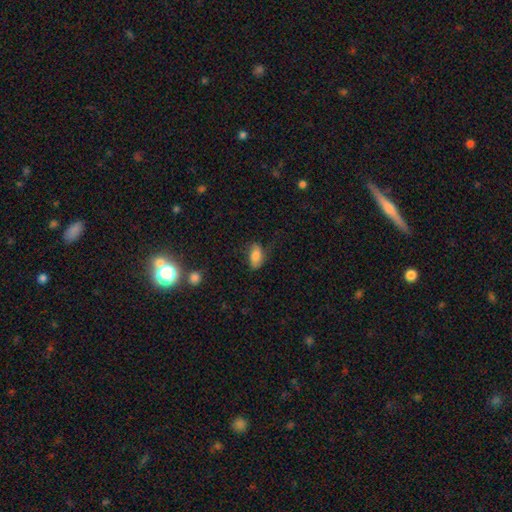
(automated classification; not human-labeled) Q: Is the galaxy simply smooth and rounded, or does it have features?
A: smooth — 77%.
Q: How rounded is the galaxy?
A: in between — 89%.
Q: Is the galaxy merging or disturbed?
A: none — 65%.